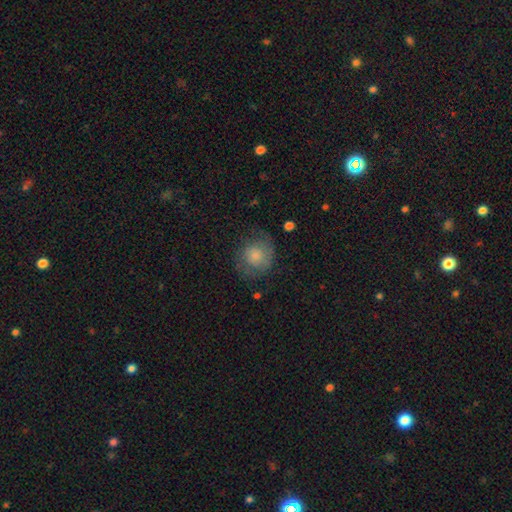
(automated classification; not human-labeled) smooth-or-featured: smooth: 58% | featured or disk: 33% | star or artifact: 9%
  how-rounded: round: 80% | in between: 19% | cigar-shaped: 1%
  merging: none: 62% | minor disturbance: 22% | major disturbance: 14% | merger: 2%